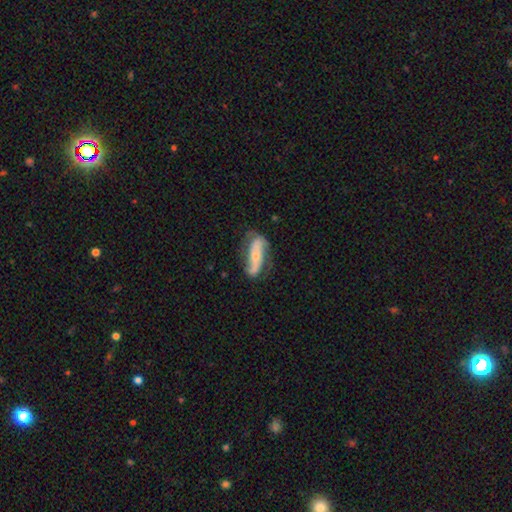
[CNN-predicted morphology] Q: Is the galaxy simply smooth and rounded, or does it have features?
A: featured or disk — 68%.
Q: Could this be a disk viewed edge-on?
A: no — 83%.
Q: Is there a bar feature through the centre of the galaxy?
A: no — 46%.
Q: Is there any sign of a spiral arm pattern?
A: yes — 86%.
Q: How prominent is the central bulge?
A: small — 60%.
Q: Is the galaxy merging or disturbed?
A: none — 65%.